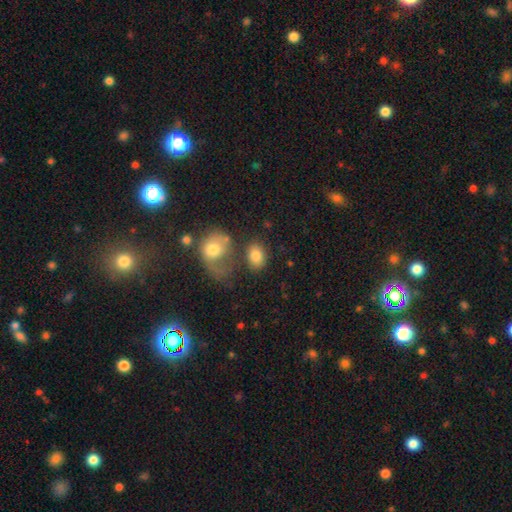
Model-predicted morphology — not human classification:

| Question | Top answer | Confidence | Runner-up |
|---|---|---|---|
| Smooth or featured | smooth | 80% | featured or disk (12%) |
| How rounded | in between | 76% | round (23%) |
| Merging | none | 58% | merger (20%) |